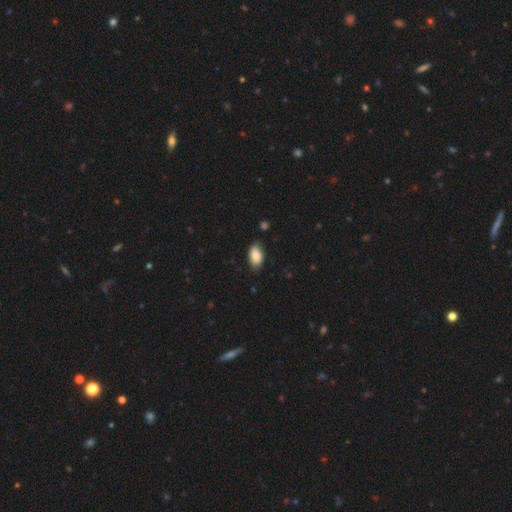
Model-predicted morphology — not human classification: smooth 86%, star or artifact 7%, featured or disk 7%. Down the decision tree: how rounded — in between (93%); merging — none (76%).